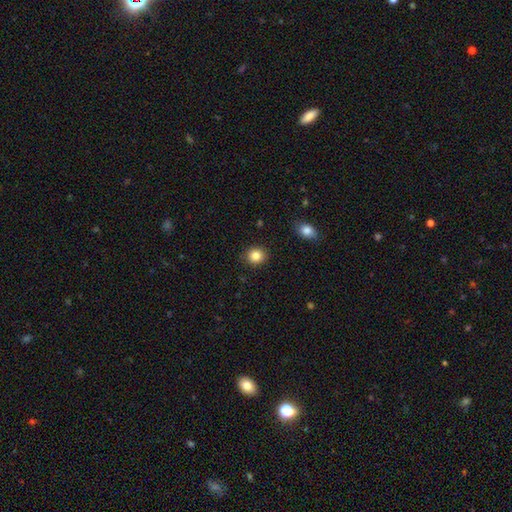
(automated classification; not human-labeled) Smooth or featured? smooth (85%)
How rounded? round (79%)
Merging? none (90%)